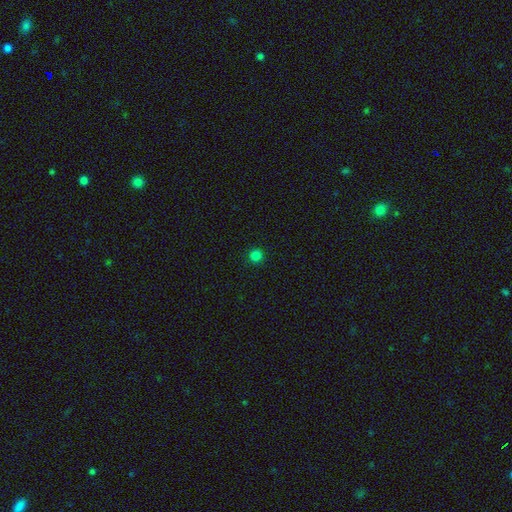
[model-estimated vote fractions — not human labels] Morphology: type=smooth (82%); roundness=round (96%); merging=none (93%).